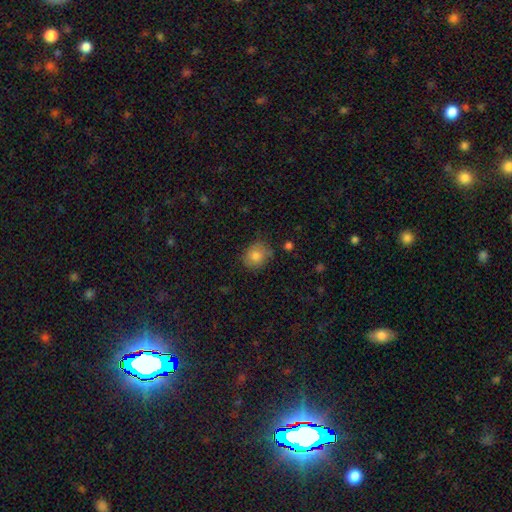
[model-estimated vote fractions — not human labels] Smooth or featured: smooth — 81% (featured or disk — 10%)
How rounded: round — 65% (in between — 34%)
Merging: none — 73% (minor disturbance — 20%)